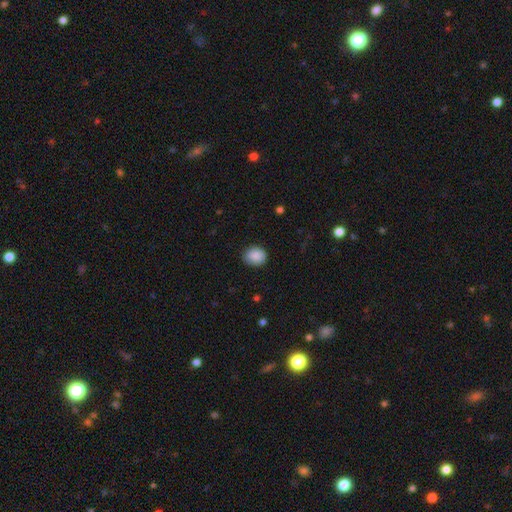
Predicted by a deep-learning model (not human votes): Smooth or featured: smooth — 88% (star or artifact — 8%)
How rounded: round — 66% (in between — 33%)
Merging: none — 87% (minor disturbance — 10%)